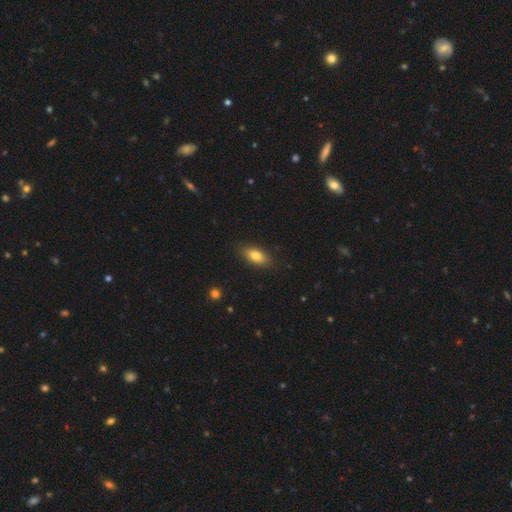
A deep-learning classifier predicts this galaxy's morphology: The model was most divided on "smooth or featured": smooth: 79%, featured or disk: 13%, star or artifact: 8%. More confident: how rounded — in between (86%); merging — none (86%).